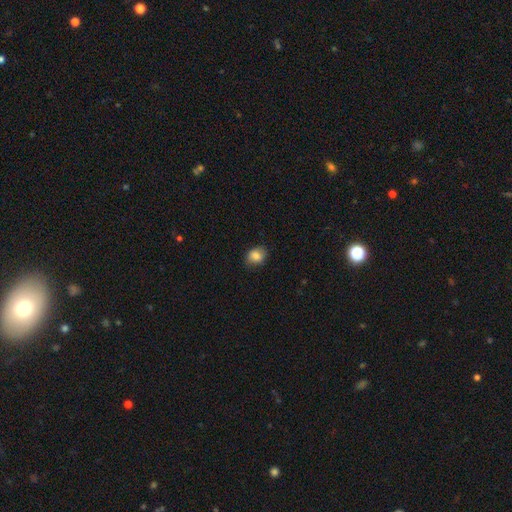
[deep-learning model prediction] This is clearly a smooth galaxy (84%). How rounded: possibly in between (57%). Merging: clearly none (81%).